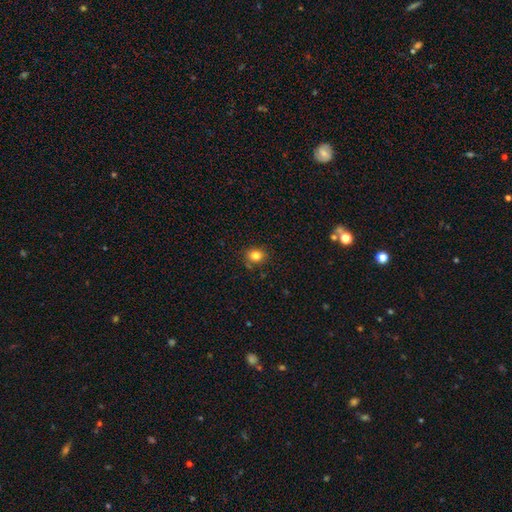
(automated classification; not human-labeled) A smooth galaxy with no disk features (82%) that is round (73%).

Vote fractions:
- Smooth or featured? smooth: 82% / star or artifact: 12% / featured or disk: 6%
- How rounded? round: 73% / in between: 26% / cigar-shaped: 1%
- Merging? none: 83% / minor disturbance: 12% / merger: 3% / major disturbance: 3%